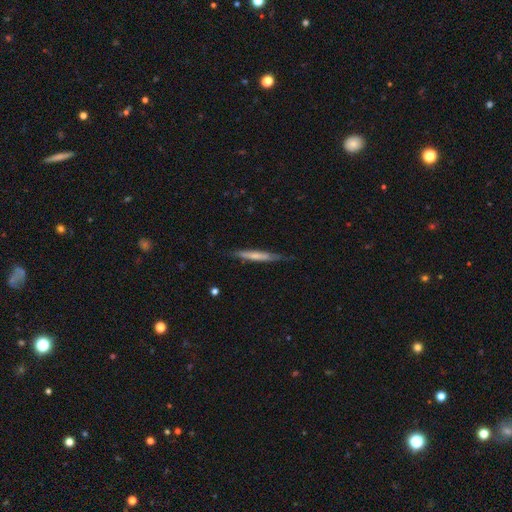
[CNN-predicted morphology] type=smooth (54%); roundness=cigar-shaped (93%); merging=none (77%).